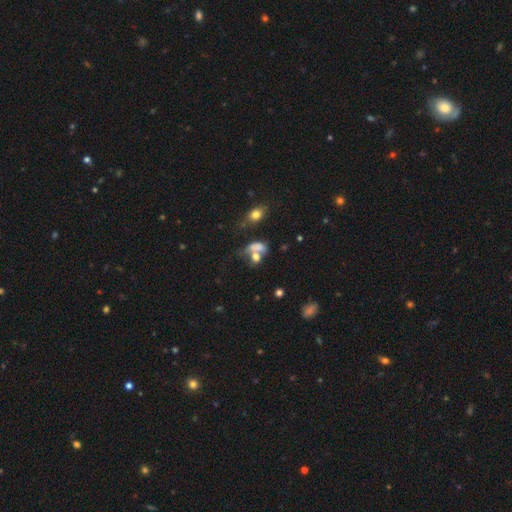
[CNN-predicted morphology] Smooth or featured: smooth — 63% (featured or disk — 19%)
How rounded: in between — 65% (round — 31%)
Merging: merger — 50% (none — 26%)